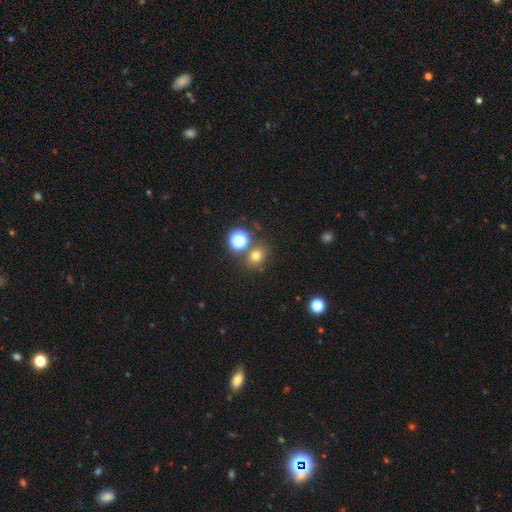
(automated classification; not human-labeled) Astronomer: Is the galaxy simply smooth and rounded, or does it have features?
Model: smooth — 69%.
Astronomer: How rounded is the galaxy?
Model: round — 78%.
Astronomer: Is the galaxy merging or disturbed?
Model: none — 75%.